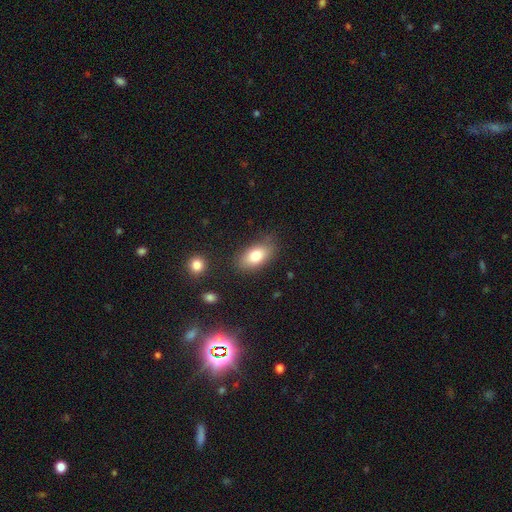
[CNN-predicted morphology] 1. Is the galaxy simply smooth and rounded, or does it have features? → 80% smooth, 13% featured or disk, 8% star or artifact.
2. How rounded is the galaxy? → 90% in between, 6% round, 4% cigar-shaped.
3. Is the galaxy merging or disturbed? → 78% none, 16% minor disturbance, 4% major disturbance, 2% merger.